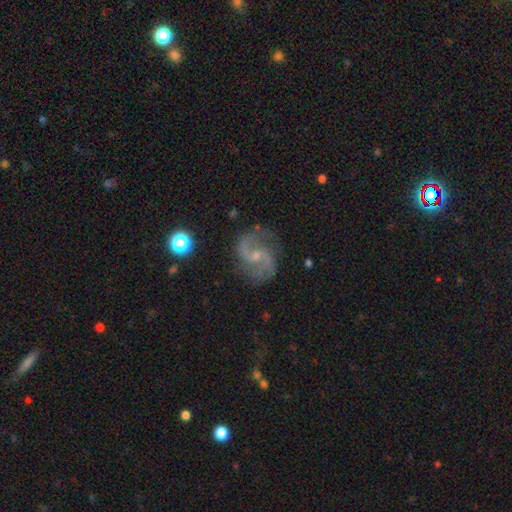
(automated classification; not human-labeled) featured or disk 89%, star or artifact 6%, smooth 5%. Down the decision tree: edge-on disk — no (98%); bar — no (45%); spiral arms — yes (97%); spiral arm count — 2 (92%); spiral winding — medium (51%); bulge size — small (67%); merging — none (78%).